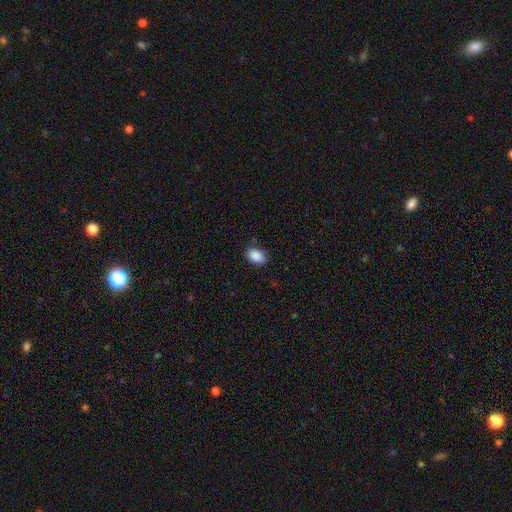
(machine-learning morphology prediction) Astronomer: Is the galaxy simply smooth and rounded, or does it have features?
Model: smooth — 89%.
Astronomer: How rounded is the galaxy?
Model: in between — 84%.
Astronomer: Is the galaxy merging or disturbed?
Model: none — 82%.